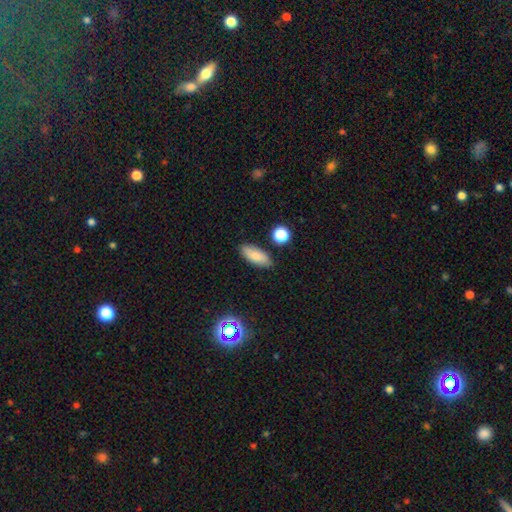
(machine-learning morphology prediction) A smooth galaxy with no disk features (80%) that is in between round and cigar-shaped (79%).

Vote fractions:
- Smooth or featured? smooth: 80% / featured or disk: 12% / star or artifact: 8%
- How rounded? in between: 79% / cigar-shaped: 17% / round: 3%
- Merging? none: 83% / minor disturbance: 11% / merger: 3% / major disturbance: 2%